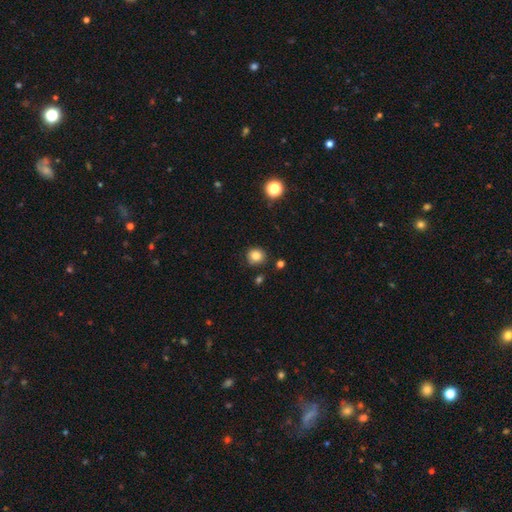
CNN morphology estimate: Smooth or featured? smooth (84%)
How rounded? round (87%)
Merging? none (85%)